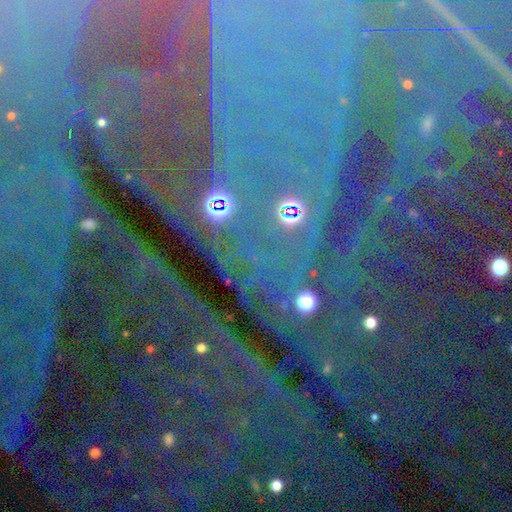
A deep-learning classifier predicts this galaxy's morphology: star or artifact 84%, featured or disk 9%, smooth 7%.